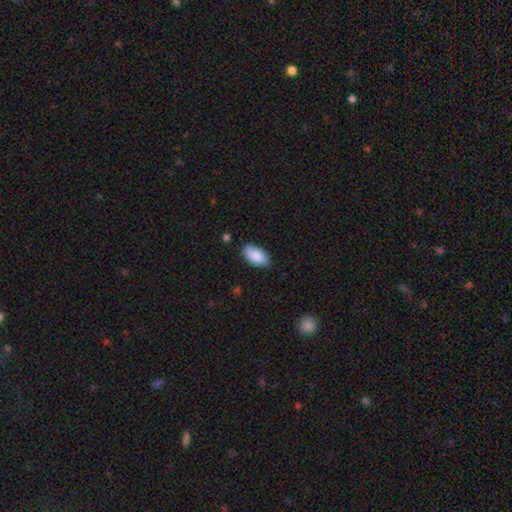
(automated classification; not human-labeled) A smooth galaxy with no disk features (88%) that is in between round and cigar-shaped (95%). Merging: none (83%).